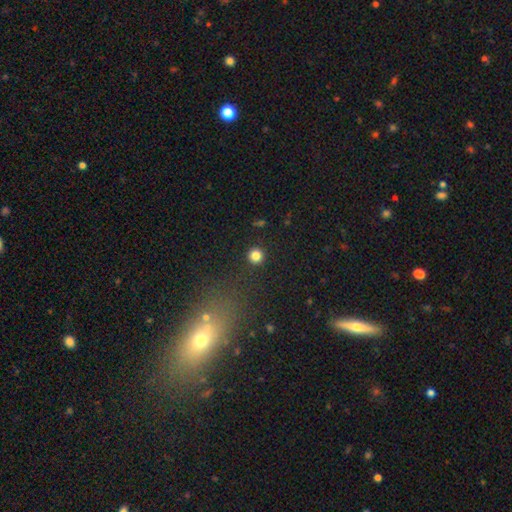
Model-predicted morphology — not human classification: This appears to be a smooth galaxy with no disk features (83%) that is round (95%). Merging: none (92%).